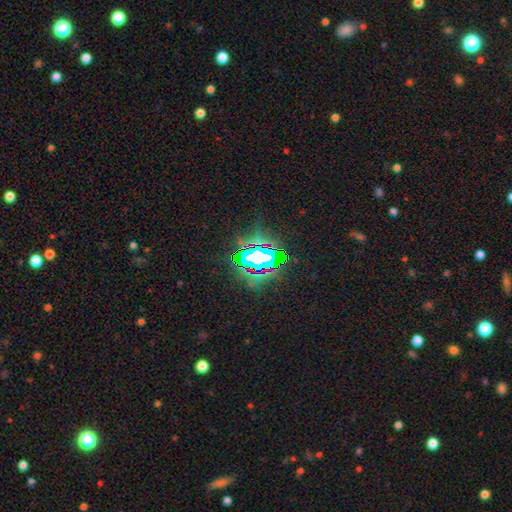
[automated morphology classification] smooth_or_featured: star or artifact (p=0.70) [alt: smooth p=0.16]